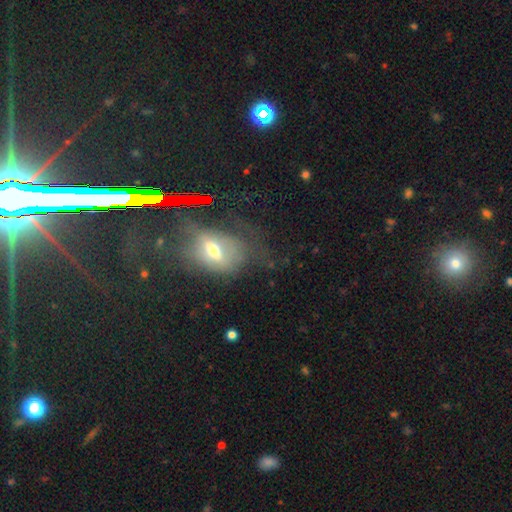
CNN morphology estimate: The model was most divided on "smooth or featured": star or artifact: 35%, featured or disk: 33%, smooth: 32%.